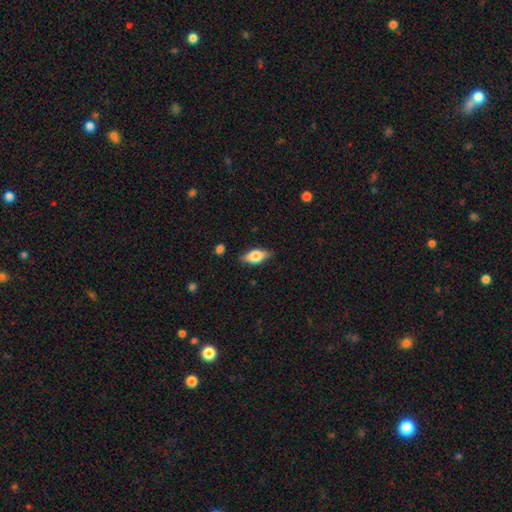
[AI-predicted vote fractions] Smooth or featured? Predicted: smooth (p=0.57). How rounded? Predicted: in between (p=0.81). Merging? Predicted: none (p=0.83).